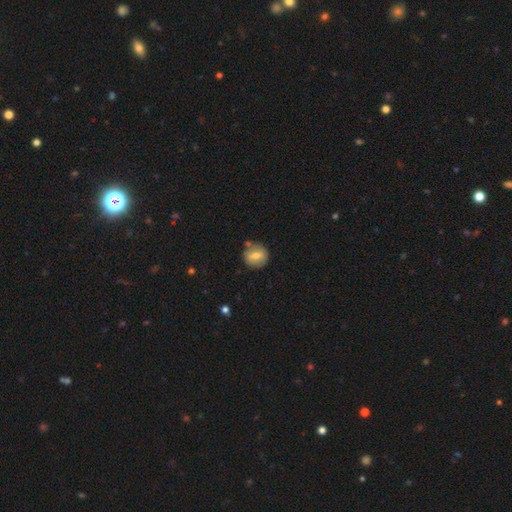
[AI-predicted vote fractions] Smooth or featured: smooth — 65% (featured or disk — 27%)
How rounded: round — 88% (in between — 11%)
Merging: none — 78% (minor disturbance — 13%)